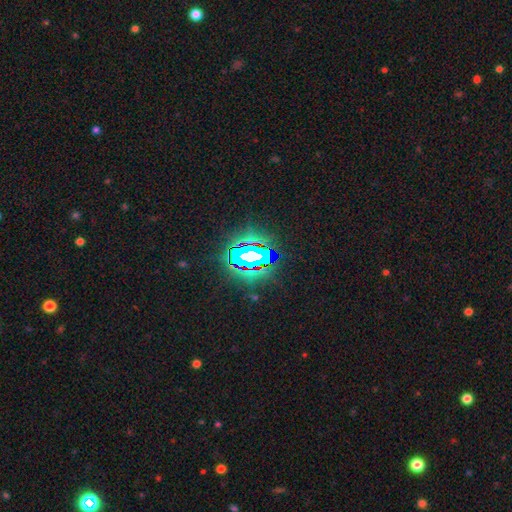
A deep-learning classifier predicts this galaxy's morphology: star or artifact 80%, smooth 10%, featured or disk 10%.